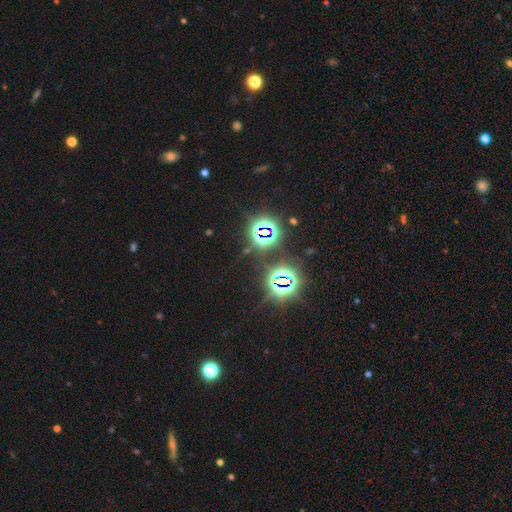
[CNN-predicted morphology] Smooth or featured? Predicted: star or artifact (p=0.78).